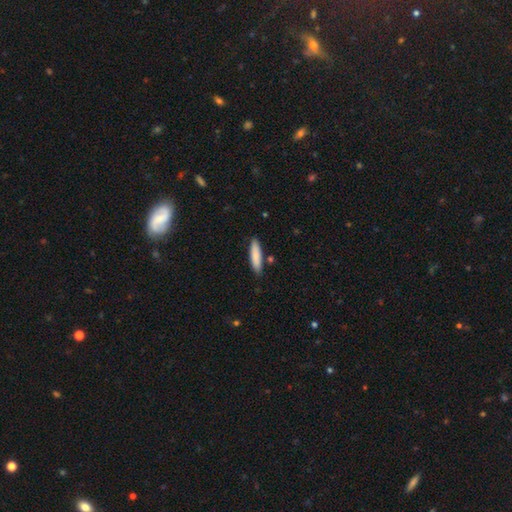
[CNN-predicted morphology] Smooth or featured? smooth (85%)
How rounded? cigar-shaped (75%)
Merging? none (85%)